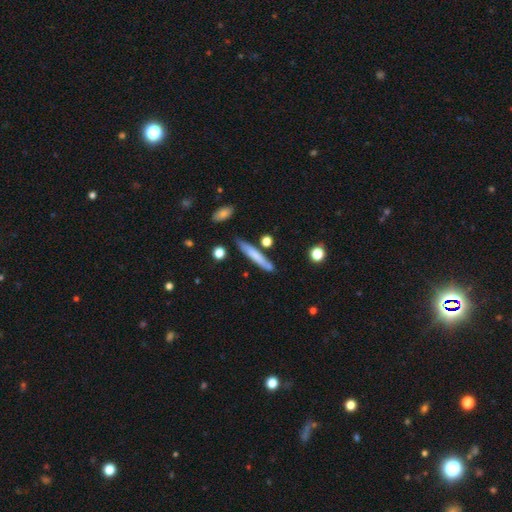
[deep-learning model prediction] Smooth or featured? Predicted: smooth (p=0.68). How rounded? Predicted: cigar-shaped (p=0.93). Merging? Predicted: none (p=0.77).